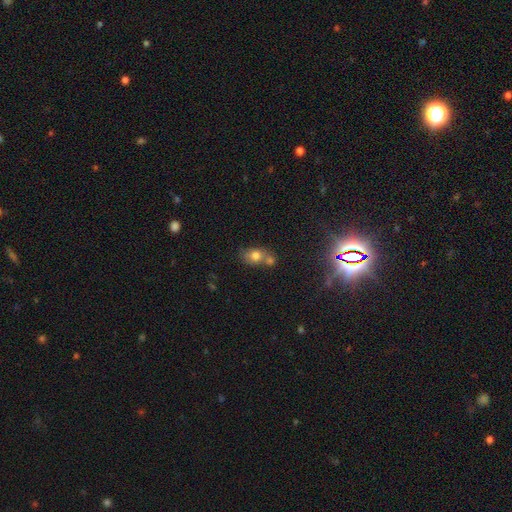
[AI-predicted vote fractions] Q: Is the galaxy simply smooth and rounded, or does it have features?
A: smooth — 73%.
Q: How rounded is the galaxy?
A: in between — 58%.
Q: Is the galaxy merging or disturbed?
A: merger — 44%.